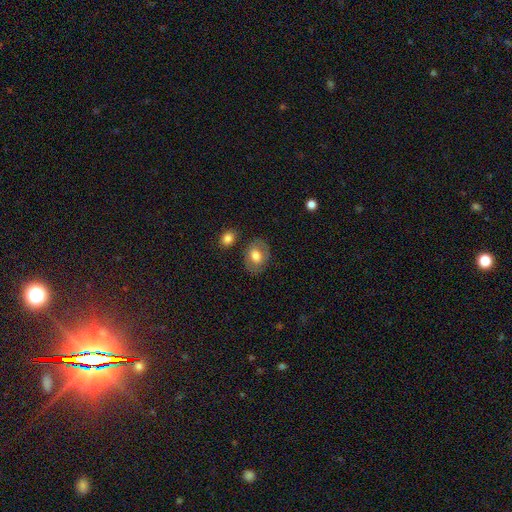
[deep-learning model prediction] A smooth galaxy with no disk features (59%) that is in between round and cigar-shaped (67%). Merging: none (77%).